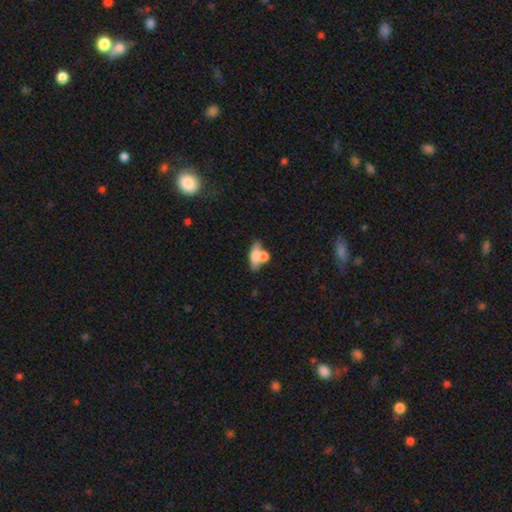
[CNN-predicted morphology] Q: Smooth or featured?
A: smooth (64%); runner-up: featured or disk (28%)
Q: How rounded?
A: in between (63%); runner-up: cigar-shaped (27%)
Q: Merging?
A: merger (42%); runner-up: none (40%)